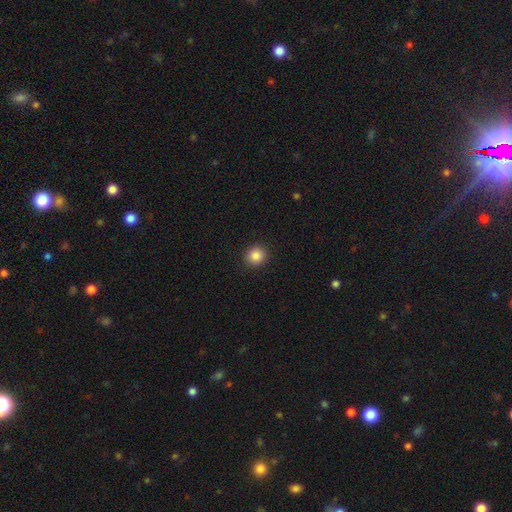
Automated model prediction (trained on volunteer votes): Smooth or featured? smooth (86%)
How rounded? round (87%)
Merging? none (92%)